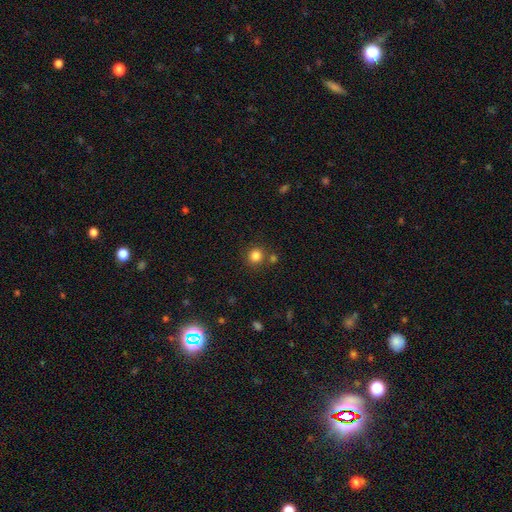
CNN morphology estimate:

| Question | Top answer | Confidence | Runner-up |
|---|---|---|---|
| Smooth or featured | smooth | 83% | star or artifact (12%) |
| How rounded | round | 89% | in between (10%) |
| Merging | none | 78% | merger (11%) |